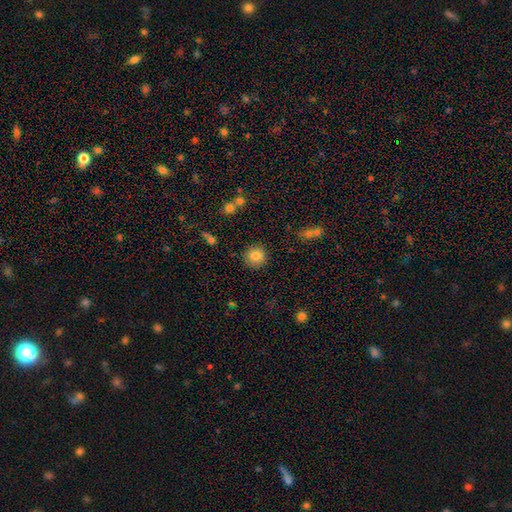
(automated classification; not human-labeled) This is clearly a smooth galaxy (83%). How rounded: clearly round (89%). Merging: clearly none (88%).